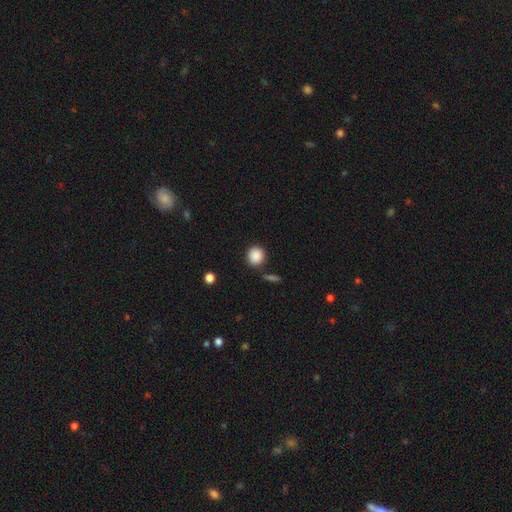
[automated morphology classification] smooth_or_featured: smooth (p=0.88) [alt: star or artifact p=0.08]
how_rounded: round (p=0.85) [alt: in between p=0.13]
merging: none (p=0.82) [alt: minor disturbance p=0.10]